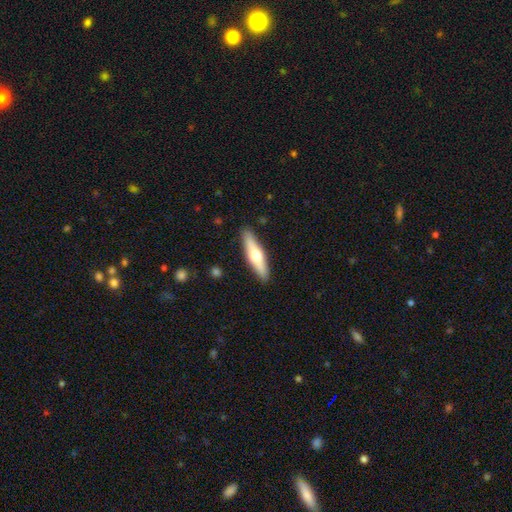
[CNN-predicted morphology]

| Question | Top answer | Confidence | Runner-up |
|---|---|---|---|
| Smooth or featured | smooth | 48% | featured or disk (47%) |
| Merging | none | 90% | minor disturbance (8%) |